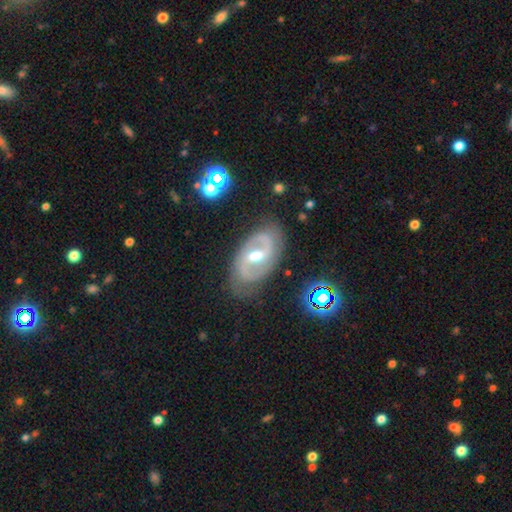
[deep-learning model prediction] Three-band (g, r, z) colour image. It shows a featured or disk galaxy (85%) with a weak bar (46%), 2 (89%) medium (50%) spiral arms (92%) and a moderate central bulge (71%). Merging: none (78%).